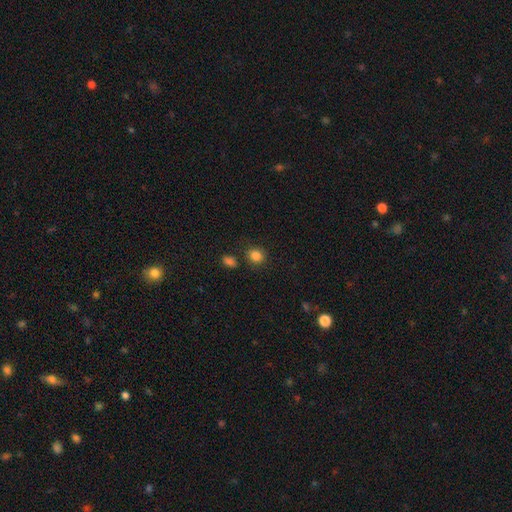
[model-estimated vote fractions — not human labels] smooth_or_featured: smooth (p=0.85) [alt: star or artifact p=0.11]
how_rounded: round (p=0.81) [alt: in between p=0.18]
merging: none (p=0.81) [alt: minor disturbance p=0.10]